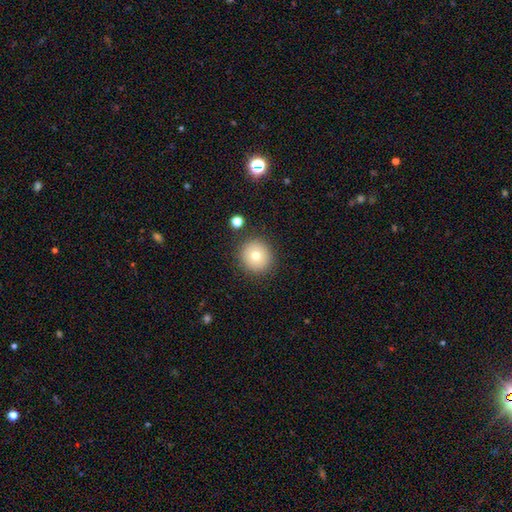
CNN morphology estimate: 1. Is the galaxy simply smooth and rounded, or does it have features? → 75% smooth, 14% featured or disk, 12% star or artifact.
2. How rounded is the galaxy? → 93% round, 6% in between, 1% cigar-shaped.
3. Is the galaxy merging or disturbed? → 88% none, 7% minor disturbance, 3% major disturbance, 2% merger.